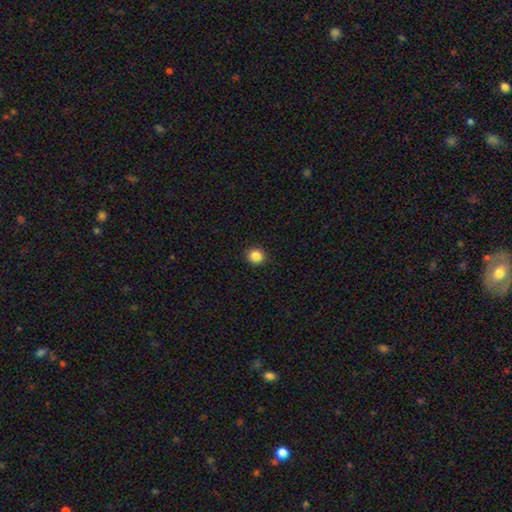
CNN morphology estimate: smooth_or_featured: smooth (p=0.85) [alt: star or artifact p=0.11]
how_rounded: round (p=0.91) [alt: in between p=0.08]
merging: none (p=0.93) [alt: minor disturbance p=0.05]